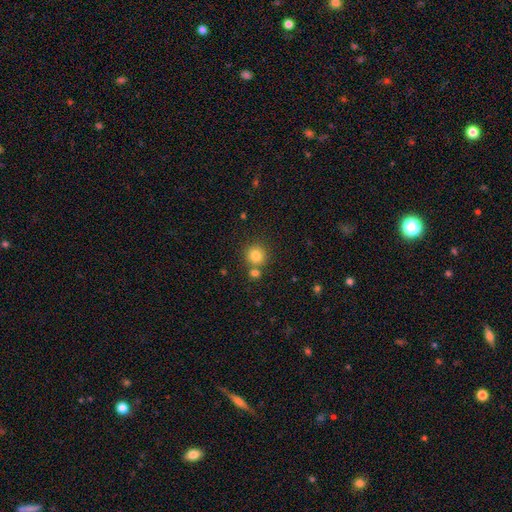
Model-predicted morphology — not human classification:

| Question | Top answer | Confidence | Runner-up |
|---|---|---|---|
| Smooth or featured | smooth | 82% | star or artifact (12%) |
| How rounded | round | 92% | in between (7%) |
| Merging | none | 72% | merger (18%) |